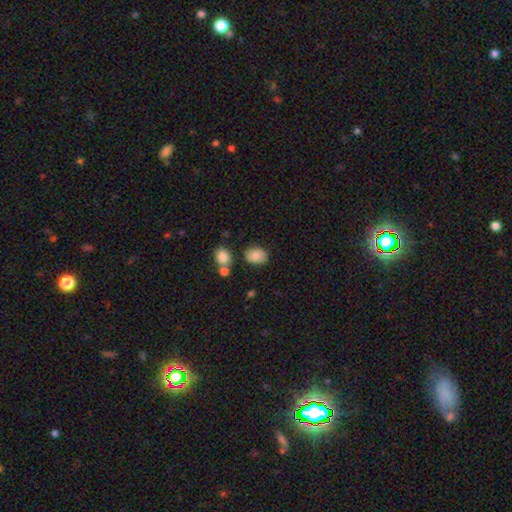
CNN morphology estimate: A smooth galaxy with no disk features (82%) that is in between round and cigar-shaped (68%).

Vote fractions:
- Smooth or featured? smooth: 82% / featured or disk: 9% / star or artifact: 8%
- How rounded? in between: 68% / round: 31% / cigar-shaped: 1%
- Merging? none: 76% / minor disturbance: 14% / merger: 6% / major disturbance: 3%